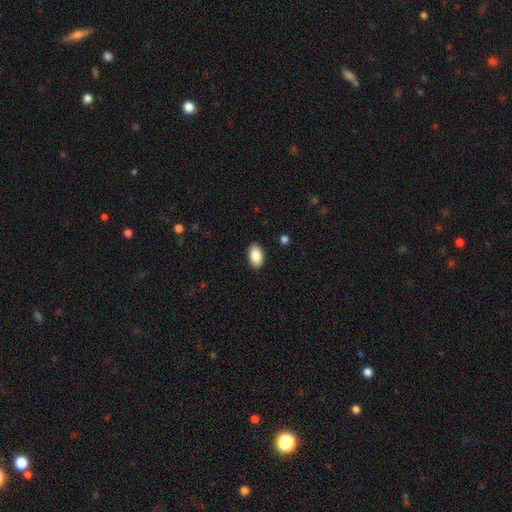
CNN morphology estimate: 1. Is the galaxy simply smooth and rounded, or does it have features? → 88% smooth, 7% star or artifact, 5% featured or disk.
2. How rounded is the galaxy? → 94% in between, 5% round, 1% cigar-shaped.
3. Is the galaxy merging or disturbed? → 89% none, 8% minor disturbance, 2% major disturbance, 1% merger.